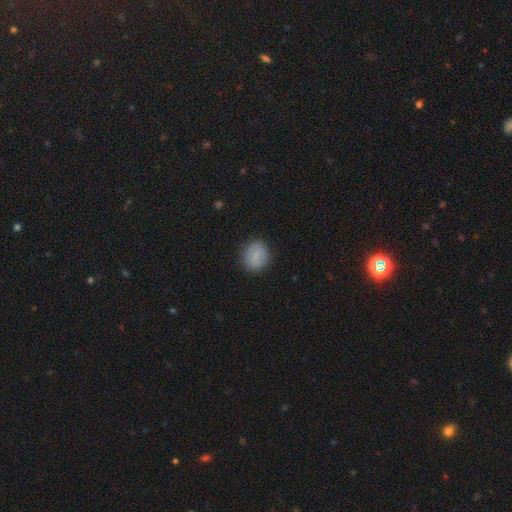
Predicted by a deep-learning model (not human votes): Smooth or featured?
  - smooth: 80% *
  - featured or disk: 12%
  - star or artifact: 8%
How rounded?
  - round: 58% *
  - in between: 40%
  - cigar-shaped: 1%
Merging?
  - none: 86% *
  - minor disturbance: 10%
  - major disturbance: 3%
  - merger: 1%